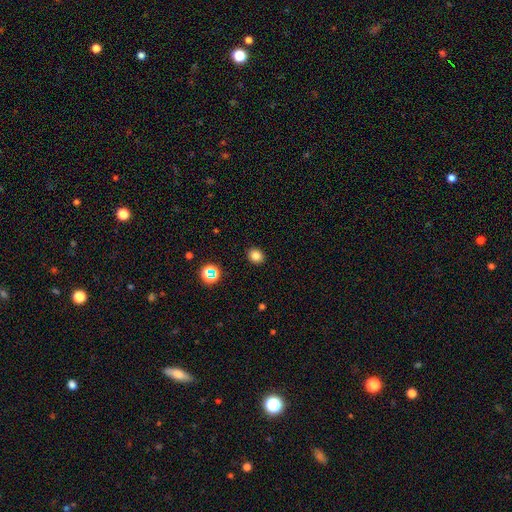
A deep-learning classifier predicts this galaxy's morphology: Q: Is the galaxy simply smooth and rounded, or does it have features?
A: smooth — 81%.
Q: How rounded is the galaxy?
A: round — 67%.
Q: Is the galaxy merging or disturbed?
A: none — 91%.